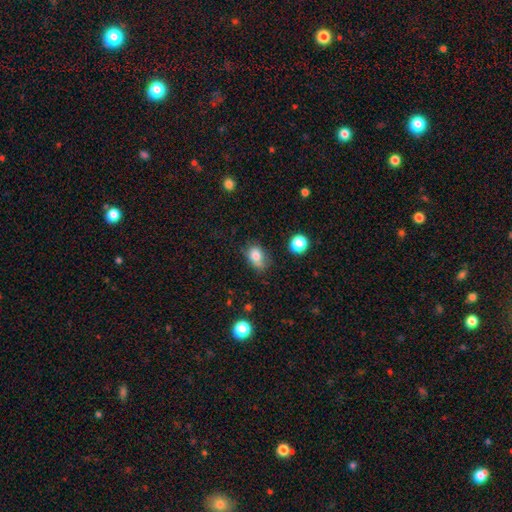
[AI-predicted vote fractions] The model was most divided on "merging": none: 51%, minor disturbance: 33%, major disturbance: 11%, merger: 6%. More confident: smooth or featured — smooth (80%); how rounded — in between (67%).